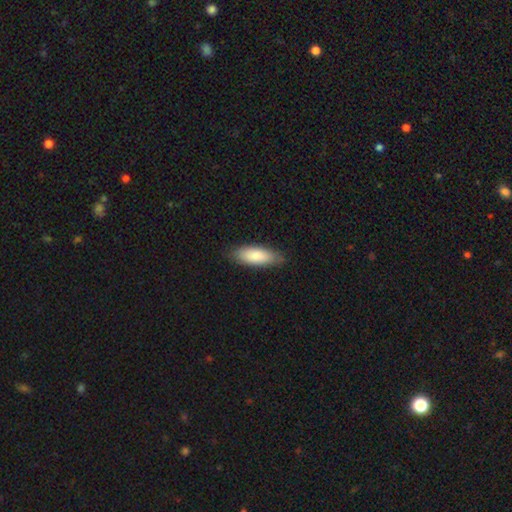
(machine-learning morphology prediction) smooth 86%, featured or disk 8%, star or artifact 5%. Down the decision tree: how rounded — in between (68%); merging — none (82%).